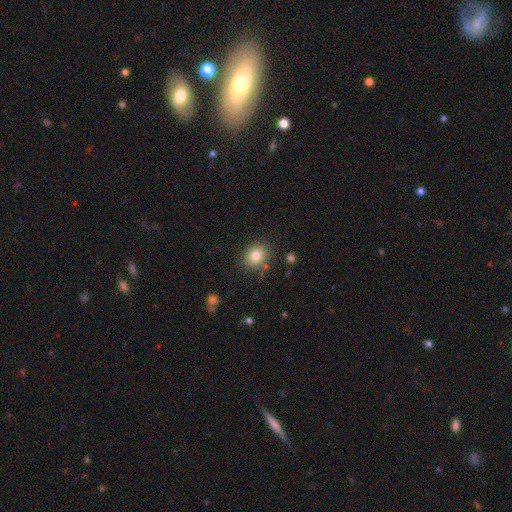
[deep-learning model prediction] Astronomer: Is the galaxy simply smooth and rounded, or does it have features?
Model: smooth — 81%.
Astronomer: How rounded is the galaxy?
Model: round — 62% (runner-up: in between, 37%).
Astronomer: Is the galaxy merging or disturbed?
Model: none — 81%.